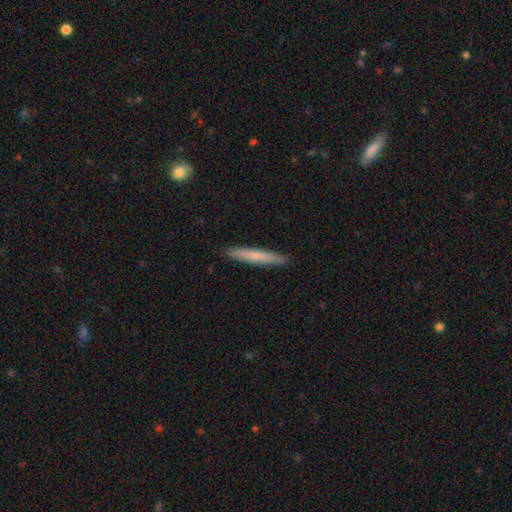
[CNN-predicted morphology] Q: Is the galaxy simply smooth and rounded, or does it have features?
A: smooth — 71%.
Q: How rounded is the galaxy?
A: cigar-shaped — 96%.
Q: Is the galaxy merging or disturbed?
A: none — 92%.